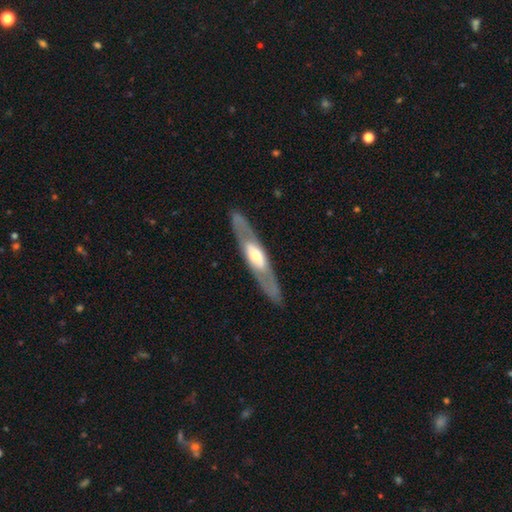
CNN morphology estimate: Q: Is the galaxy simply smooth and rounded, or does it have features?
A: featured or disk — 65%.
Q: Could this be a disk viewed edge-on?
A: yes — 52%.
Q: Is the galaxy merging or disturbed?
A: none — 85%.